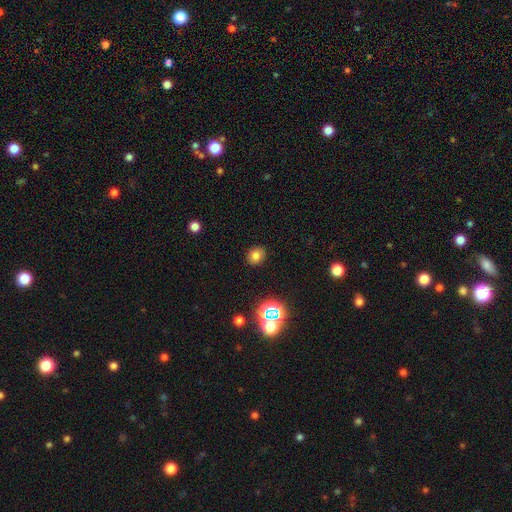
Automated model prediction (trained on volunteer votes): Smooth or featured? Predicted: smooth (p=0.75). How rounded? Predicted: round (p=0.65). Merging? Predicted: none (p=0.88).